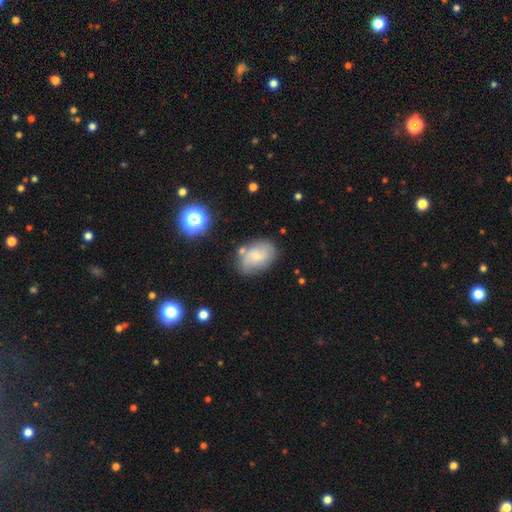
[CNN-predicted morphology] This is possibly a smooth galaxy (52%). How rounded: likely in between (79%). Merging: likely none (68%).